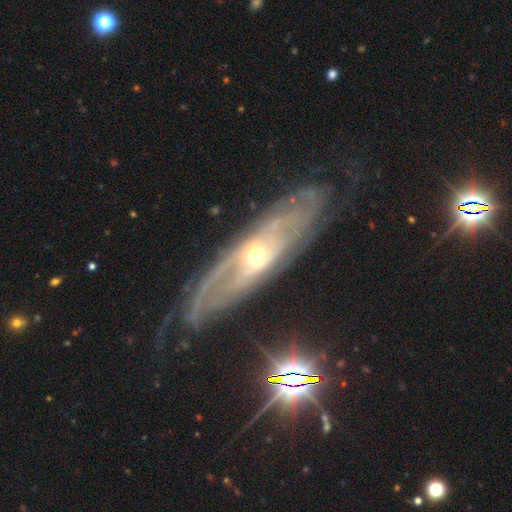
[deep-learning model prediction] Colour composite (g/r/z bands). It shows a featured or disk galaxy (83%) with no bar (63%), tight (61%) spiral arms (88%) and a small central bulge (50%). Merging: none (74%).